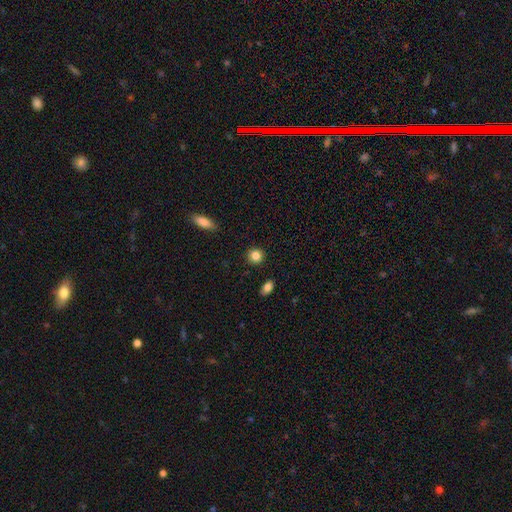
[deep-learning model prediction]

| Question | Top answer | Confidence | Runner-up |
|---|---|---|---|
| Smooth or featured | smooth | 86% | star or artifact (9%) |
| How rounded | round | 88% | in between (10%) |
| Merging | none | 90% | minor disturbance (6%) |